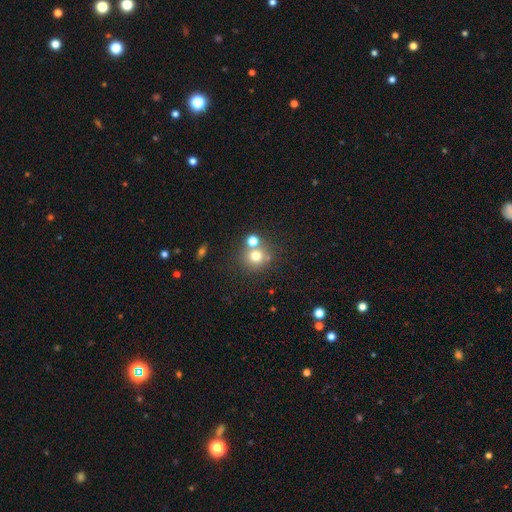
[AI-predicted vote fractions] This is likely a smooth galaxy (71%). How rounded: clearly round (90%). Merging: likely none (62%).